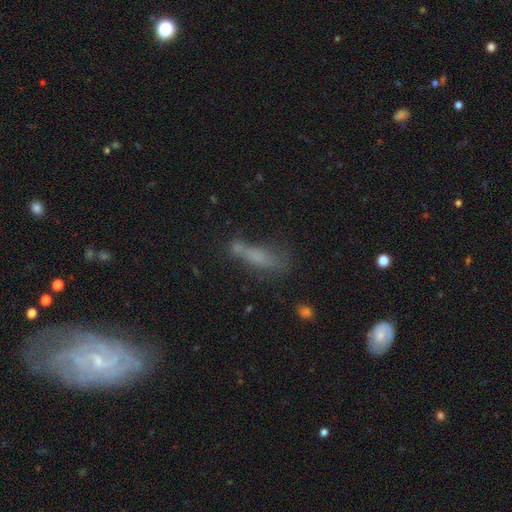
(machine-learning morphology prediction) smooth 58%, featured or disk 24%, star or artifact 18%. Down the decision tree: how rounded — cigar-shaped (60%); merging — none (44%).